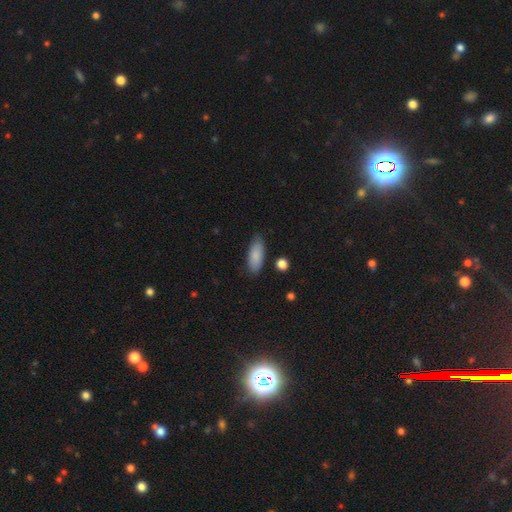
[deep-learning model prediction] Q: Smooth or featured?
A: smooth (86%); runner-up: featured or disk (8%)
Q: How rounded?
A: in between (76%); runner-up: cigar-shaped (22%)
Q: Merging?
A: none (81%); runner-up: minor disturbance (14%)